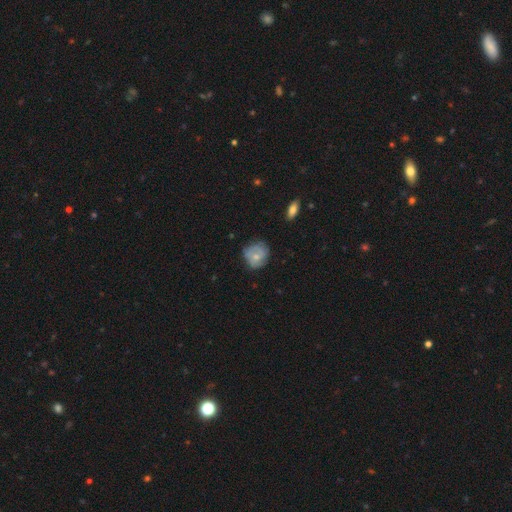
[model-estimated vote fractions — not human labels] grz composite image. It shows a smooth galaxy with no disk features (53%) that is round (78%). Merging: none (64%).